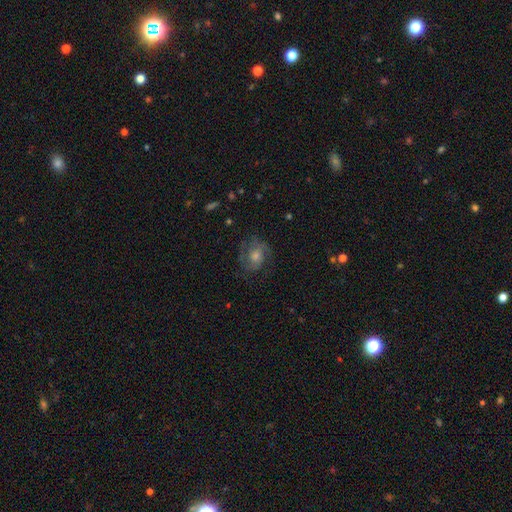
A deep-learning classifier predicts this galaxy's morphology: Smooth or featured: featured or disk — 66% (smooth — 21%)
Edge-on disk: no — 97% (yes — 3%)
Bar: no — 70% (weak — 26%)
Spiral arms: yes — 90% (no — 10%)
Spiral winding: tight — 44% (tied with medium — 44%)
Spiral arm count: 2 — 50% (can't tell — 23%)
Bulge size: moderate — 50% (large — 26%)
Merging: none — 75% (minor disturbance — 15%)